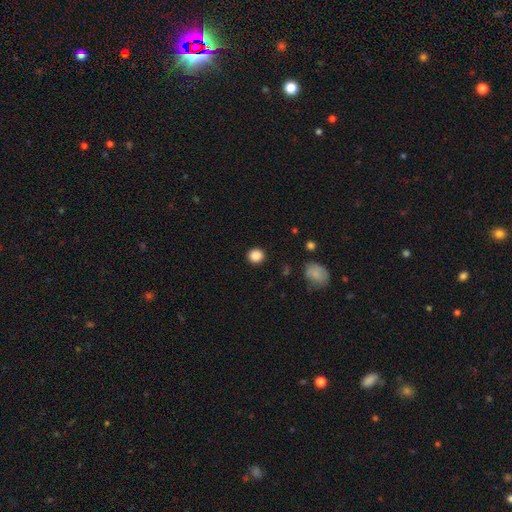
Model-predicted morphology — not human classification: This is clearly a smooth galaxy (87%). How rounded: clearly round (88%). Merging: clearly none (90%).